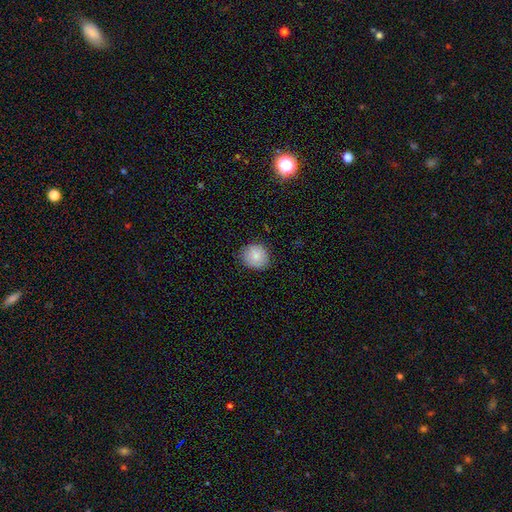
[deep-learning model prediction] Smooth or featured? Predicted: smooth (p=0.81). How rounded? Predicted: round (p=0.81). Merging? Predicted: none (p=0.81).